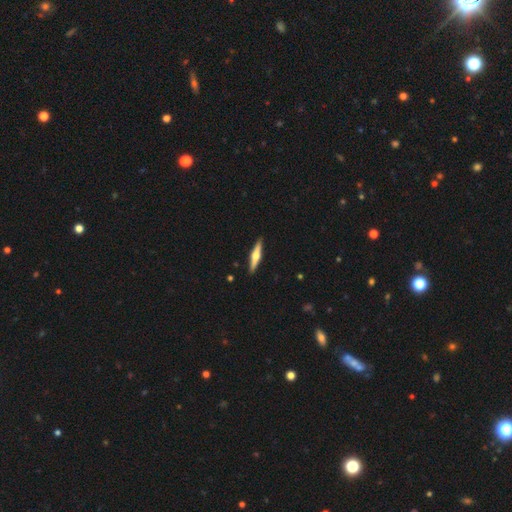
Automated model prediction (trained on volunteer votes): A featured or disk galaxy (64%) viewed edge-on (97%) with a rounded central bulge (92%).

Vote fractions:
- Smooth or featured? featured or disk: 64% / smooth: 31% / star or artifact: 5%
- Edge-on disk? yes: 97% / no: 3%
- Edge-on bulge? rounded: 92% / boxy: 5% / none: 3%
- Merging? none: 91% / minor disturbance: 7% / major disturbance: 1% / merger: 1%